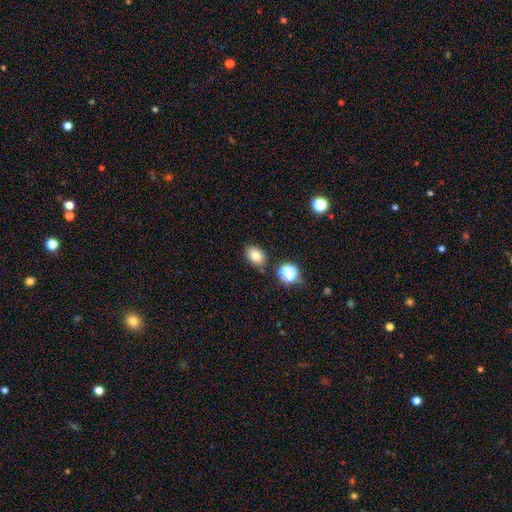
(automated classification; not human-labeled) Q: Smooth or featured?
A: smooth (80%); runner-up: star or artifact (12%)
Q: How rounded?
A: in between (77%); runner-up: round (22%)
Q: Merging?
A: none (82%); runner-up: minor disturbance (11%)